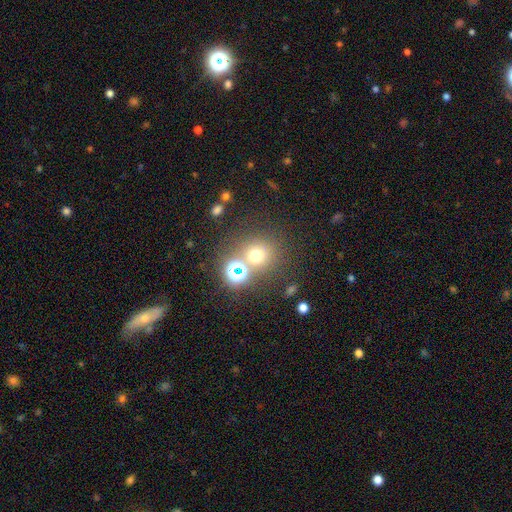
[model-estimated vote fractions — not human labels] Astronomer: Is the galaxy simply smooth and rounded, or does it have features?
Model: smooth — 63%.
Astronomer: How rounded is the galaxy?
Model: round — 89%.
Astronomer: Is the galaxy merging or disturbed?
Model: none — 68%.